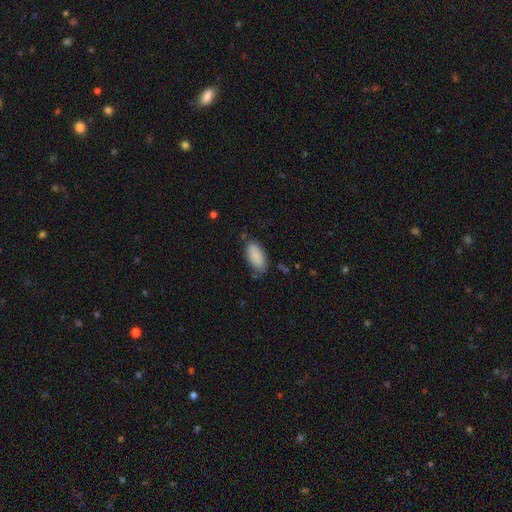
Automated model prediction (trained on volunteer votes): Morphology: type=smooth (88%); roundness=in between (92%); merging=none (72%).